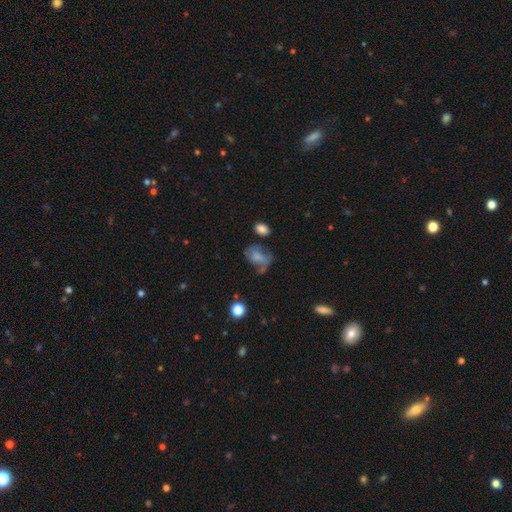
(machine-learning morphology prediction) Smooth or featured?
  - featured or disk: 44% *
  - smooth: 37%
  - star or artifact: 18%
Merging?
  - none: 39% *
  - major disturbance: 26%
  - minor disturbance: 24%
  - merger: 10%